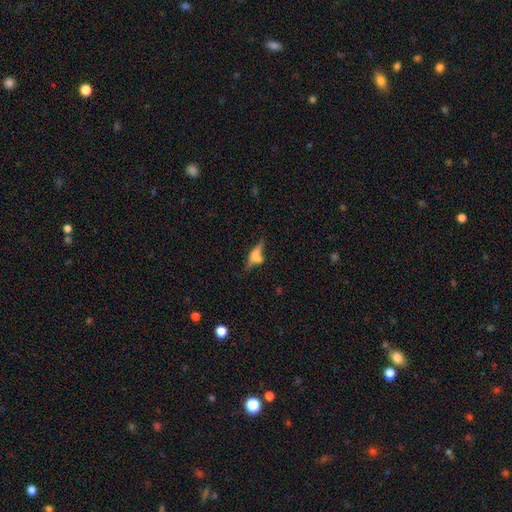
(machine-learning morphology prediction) This appears to be a featured or disk galaxy (45%). Merging: none (46%).